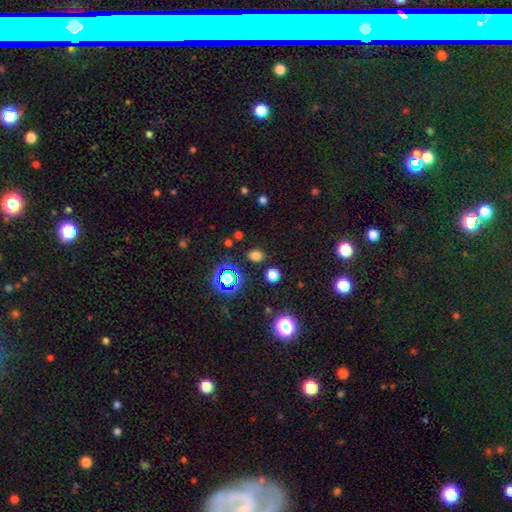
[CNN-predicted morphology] A smooth galaxy with no disk features (69%) that is in between round and cigar-shaped (51%). Merging: none (85%).